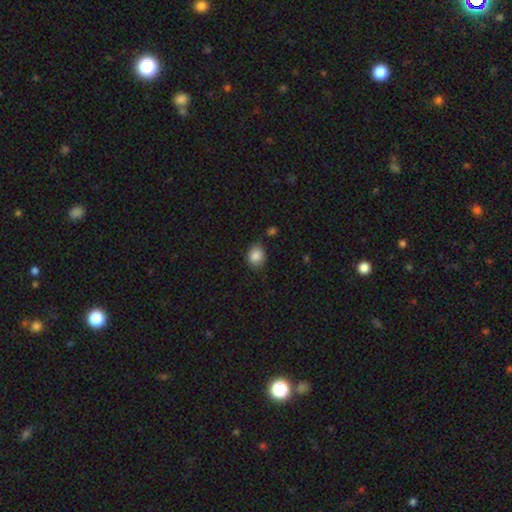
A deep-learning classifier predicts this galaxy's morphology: A smooth galaxy with no disk features (87%) that is round (58%).

Vote fractions:
- Smooth or featured? smooth: 87% / star or artifact: 9% / featured or disk: 5%
- How rounded? round: 58% / in between: 41% / cigar-shaped: 1%
- Merging? none: 77% / minor disturbance: 17% / major disturbance: 4% / merger: 3%